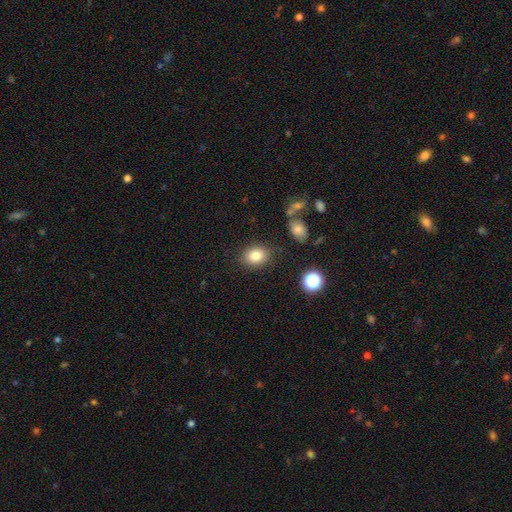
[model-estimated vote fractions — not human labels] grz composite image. It shows a smooth galaxy with no disk features (82%) that is in between round and cigar-shaped (59%). Merging: none (84%).